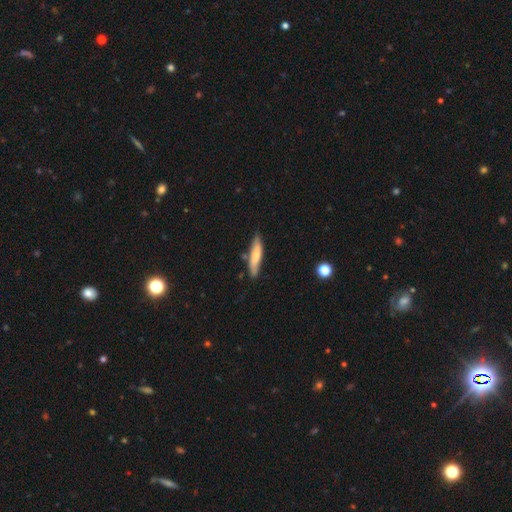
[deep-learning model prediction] smooth-or-featured: smooth: 67% | featured or disk: 27% | star or artifact: 6%
  how-rounded: cigar-shaped: 81% | in between: 18% | round: 2%
  merging: none: 77% | minor disturbance: 16% | merger: 4% | major disturbance: 3%